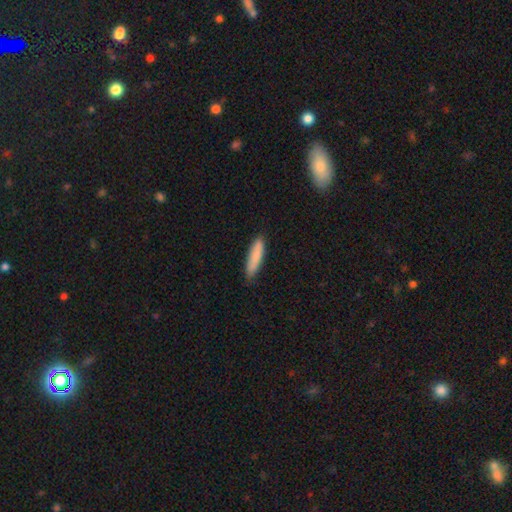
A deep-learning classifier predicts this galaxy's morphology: smooth_or_featured: smooth (p=0.85) [alt: featured or disk p=0.10]
how_rounded: cigar-shaped (p=0.78) [alt: in between p=0.21]
merging: none (p=0.83) [alt: minor disturbance p=0.14]